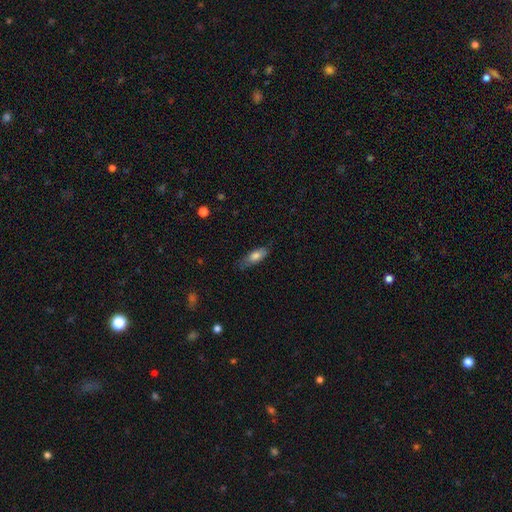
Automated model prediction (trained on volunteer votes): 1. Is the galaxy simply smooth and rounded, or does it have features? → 76% smooth, 17% featured or disk, 7% star or artifact.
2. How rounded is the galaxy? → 74% in between, 24% cigar-shaped, 2% round.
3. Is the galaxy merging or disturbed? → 69% none, 24% minor disturbance, 6% major disturbance, 1% merger.